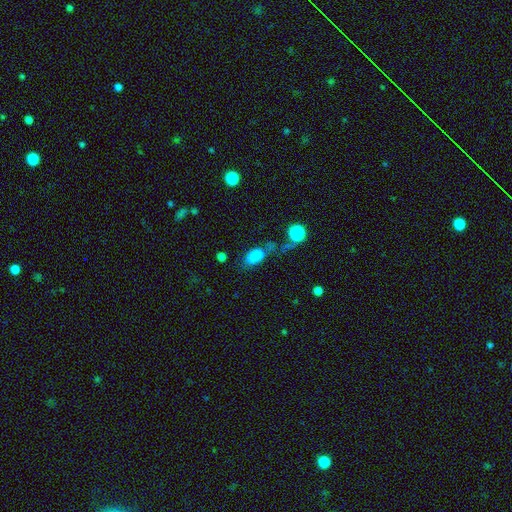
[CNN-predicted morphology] Overall: smooth (76%). How rounded: in between (84%). Merging: none (31%; merger 27%).